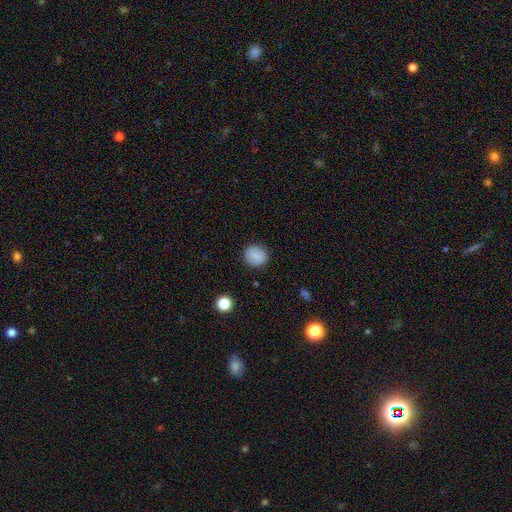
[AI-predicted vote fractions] A smooth galaxy with no disk features (78%) that is round (86%).

Vote fractions:
- Smooth or featured? smooth: 78% / featured or disk: 13% / star or artifact: 8%
- How rounded? round: 86% / in between: 13% / cigar-shaped: 1%
- Merging? none: 88% / minor disturbance: 8% / major disturbance: 3% / merger: 1%